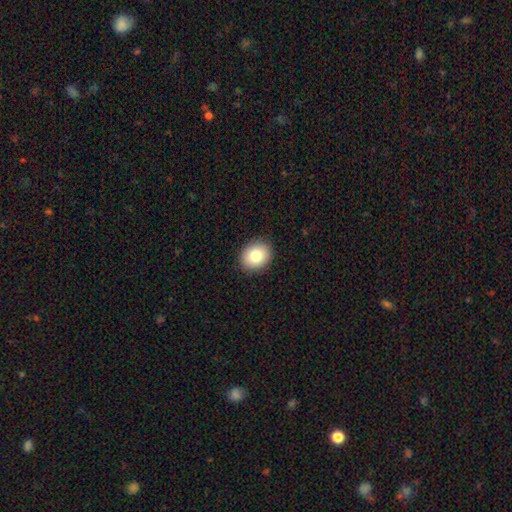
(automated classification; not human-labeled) smooth 82%, featured or disk 10%, star or artifact 9%. Down the decision tree: how rounded — round (58%); merging — none (90%).